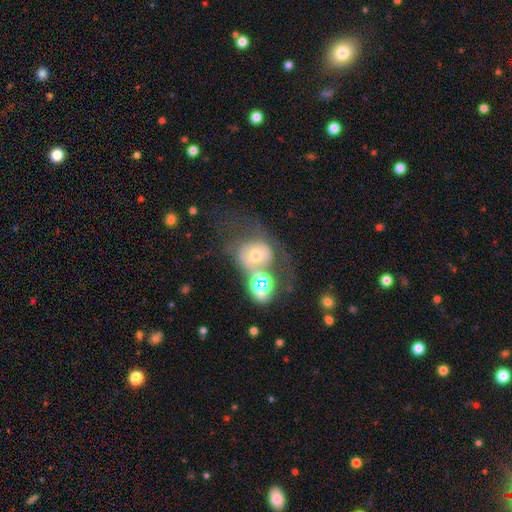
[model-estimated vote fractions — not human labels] Morphology: type=smooth (43%); merging=merger (38%).